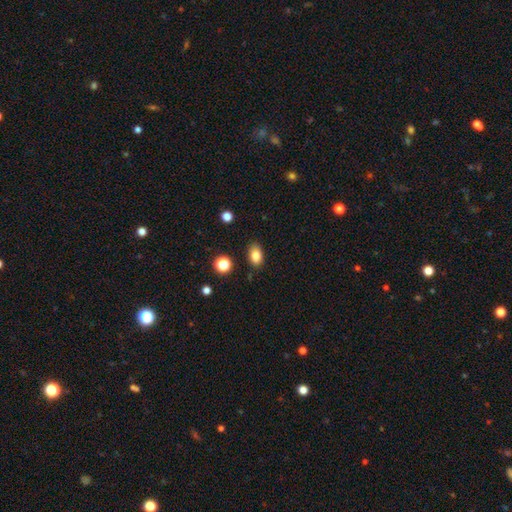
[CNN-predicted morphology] Overall: smooth (83%). How rounded: in between (84%). Merging: none (85%).